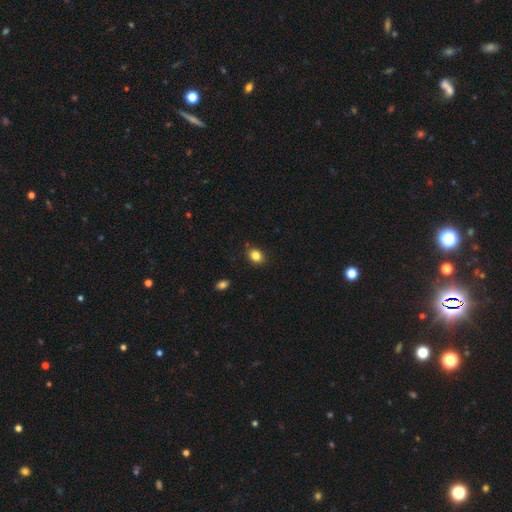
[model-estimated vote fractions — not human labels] The model was most divided on "how rounded": in between: 59%, round: 40%, cigar-shaped: 1%. More confident: merging — none (85%); smooth or featured — smooth (84%).